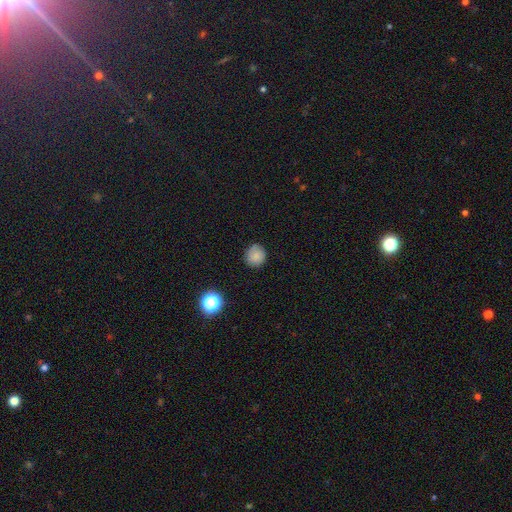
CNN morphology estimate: This is clearly a smooth galaxy (82%). How rounded: clearly round (90%). Merging: clearly none (84%).